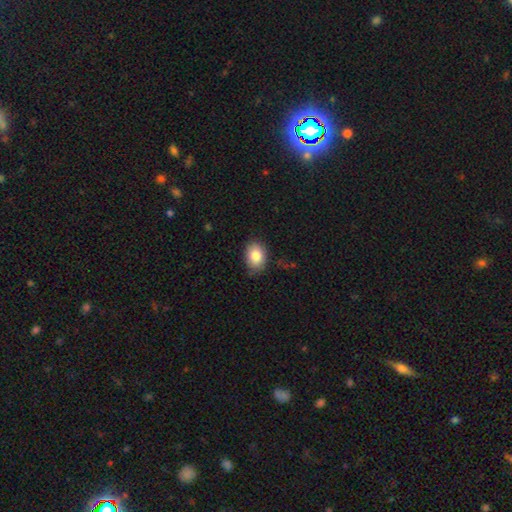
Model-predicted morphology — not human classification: type=smooth (84%); roundness=in between (77%); merging=none (81%).